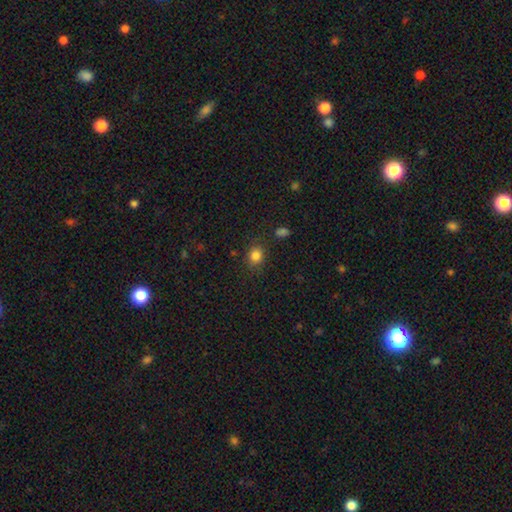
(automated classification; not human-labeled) This appears to be a smooth galaxy with no disk features (83%) that is round (68%). Merging: none (84%).